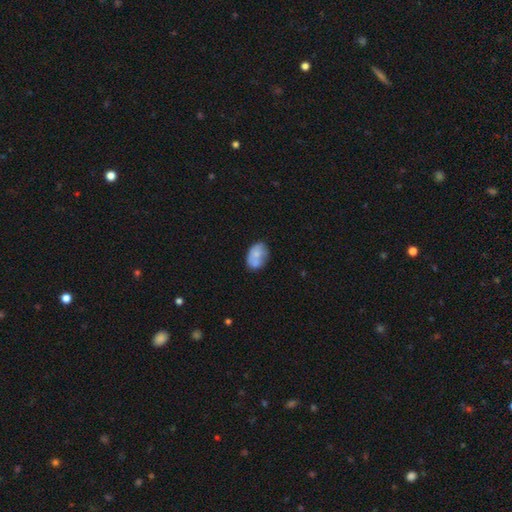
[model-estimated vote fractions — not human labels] smooth_or_featured: smooth (p=0.68) [alt: featured or disk p=0.24]
how_rounded: in between (p=0.82) [alt: round p=0.17]
merging: none (p=0.51) [alt: minor disturbance p=0.27]